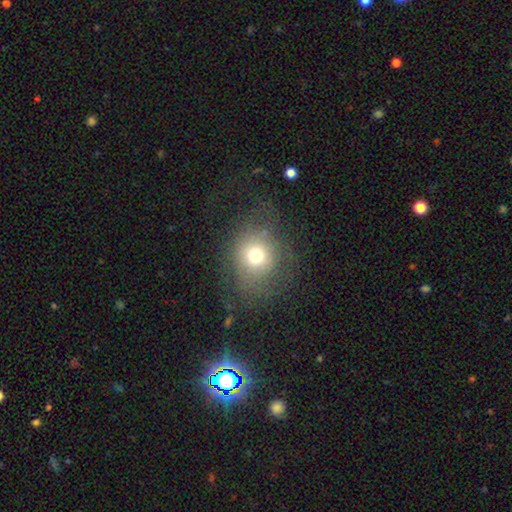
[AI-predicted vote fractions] Q: Smooth or featured?
A: smooth (68%); runner-up: featured or disk (16%)
Q: How rounded?
A: round (78%); runner-up: in between (21%)
Q: Merging?
A: none (66%); runner-up: minor disturbance (16%)